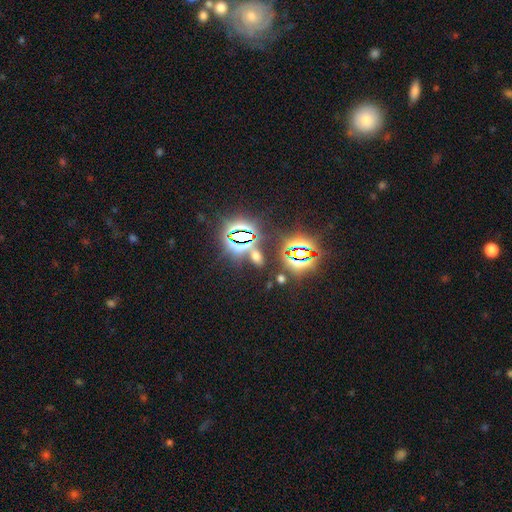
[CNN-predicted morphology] Smooth or featured?
  - star or artifact: 60% *
  - smooth: 32%
  - featured or disk: 8%